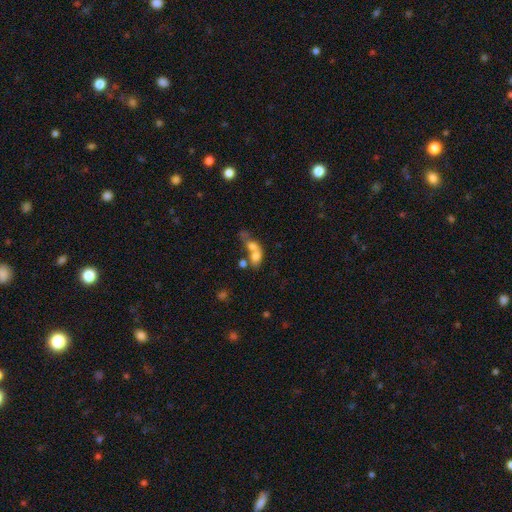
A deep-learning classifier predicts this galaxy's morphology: Overall: smooth (64%; featured or disk 24%). How rounded: in between (63%; round 32%). Merging: merger (70%).